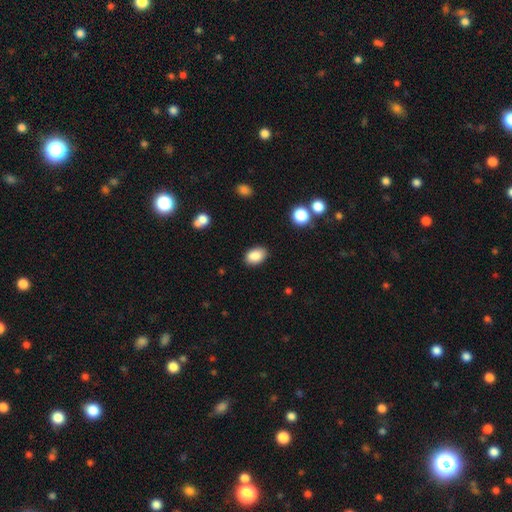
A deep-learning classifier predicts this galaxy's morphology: smooth-or-featured: smooth: 87% | star or artifact: 8% | featured or disk: 5%
  how-rounded: in between: 85% | round: 14% | cigar-shaped: 1%
  merging: none: 86% | minor disturbance: 10% | major disturbance: 2% | merger: 2%